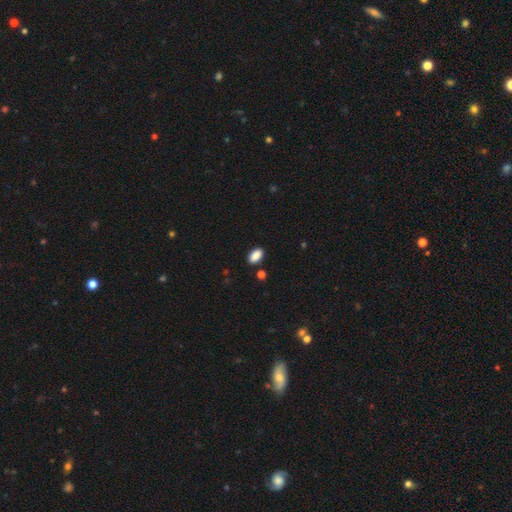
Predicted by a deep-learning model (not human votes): A smooth galaxy with no disk features (88%) that is in between round and cigar-shaped (92%).

Vote fractions:
- Smooth or featured? smooth: 88% / star or artifact: 8% / featured or disk: 4%
- How rounded? in between: 92% / round: 5% / cigar-shaped: 3%
- Merging? none: 87% / minor disturbance: 9% / merger: 2% / major disturbance: 2%